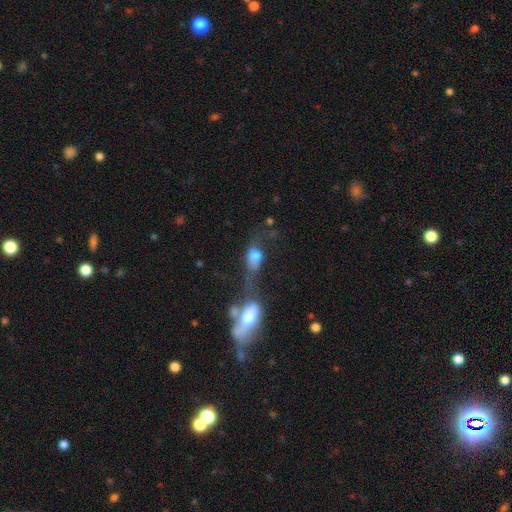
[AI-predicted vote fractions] A smooth galaxy with no disk features (66%) that is in between round and cigar-shaped (66%). Merging: merger (43%).